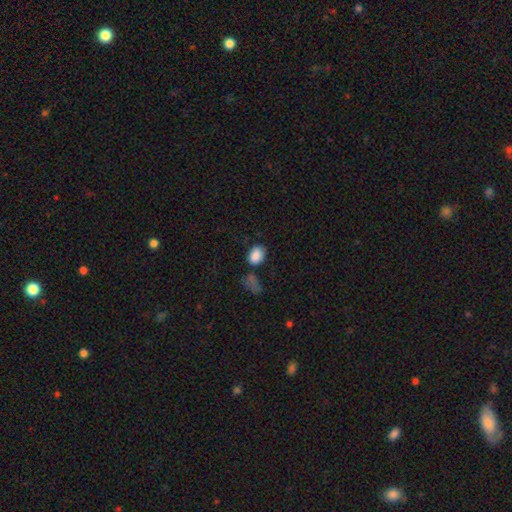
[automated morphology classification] Overall: smooth (86%). How rounded: in between (77%). Merging: none (62%).